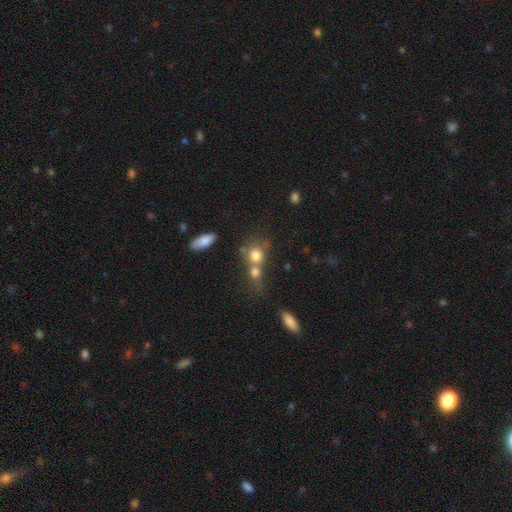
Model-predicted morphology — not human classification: This appears to be a smooth galaxy with no disk features (75%) that is round (72%). Merging: merger (55%).